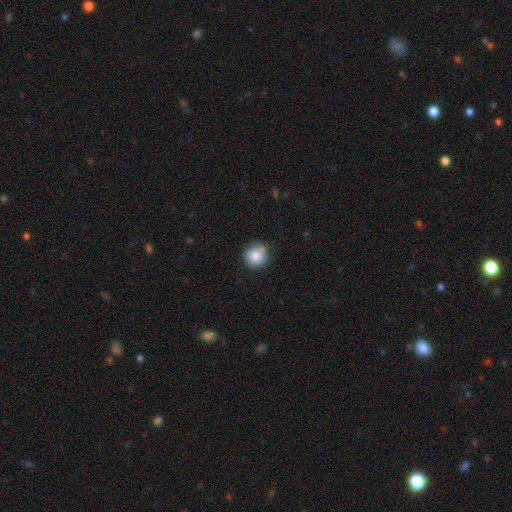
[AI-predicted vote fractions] This appears to be a smooth galaxy with no disk features (85%) that is round (90%). Merging: none (78%).